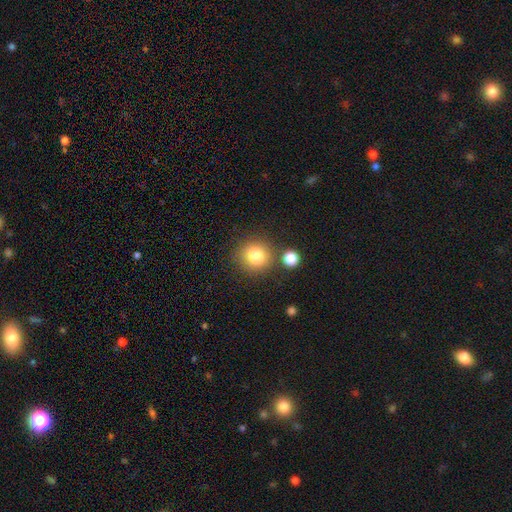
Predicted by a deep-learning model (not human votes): The model was most divided on "merging": none: 78%, merger: 10%, minor disturbance: 9%, major disturbance: 3%. More confident: how rounded — round (91%); smooth or featured — smooth (81%).